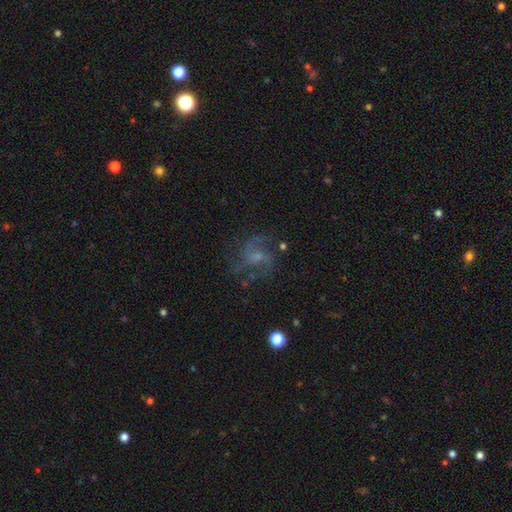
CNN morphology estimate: Smooth or featured: featured or disk — 72% (smooth — 15%)
Edge-on disk: no — 97% (yes — 3%)
Bar: no — 58% (weak — 36%)
Spiral arms: yes — 89% (no — 11%)
Spiral winding: medium — 50% (loose — 34%)
Spiral arm count: 2 — 31% (3 — 29%)
Bulge size: small — 46% (moderate — 29%)
Merging: none — 63% (major disturbance — 17%)